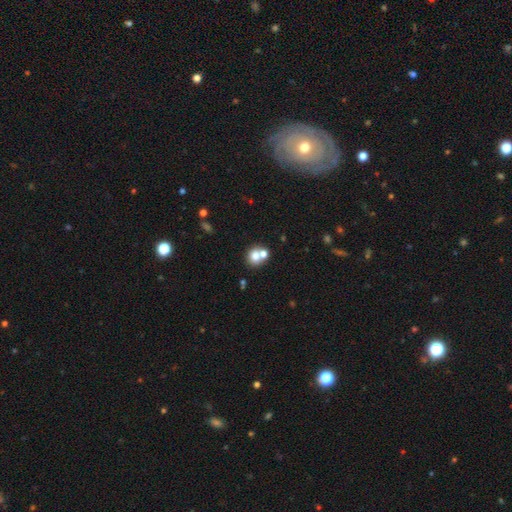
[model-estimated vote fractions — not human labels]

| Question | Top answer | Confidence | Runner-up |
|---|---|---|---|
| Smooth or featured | smooth | 73% | featured or disk (15%) |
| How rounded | round | 75% | in between (24%) |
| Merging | none | 47% | merger (41%) |